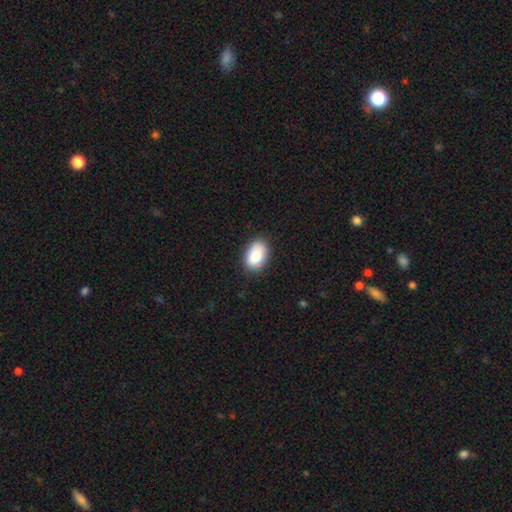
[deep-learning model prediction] Smooth or featured: smooth — 87% (star or artifact — 7%)
How rounded: in between — 89% (round — 10%)
Merging: none — 84% (minor disturbance — 13%)